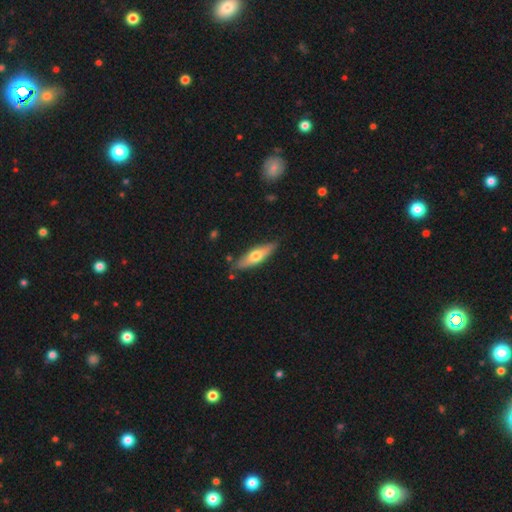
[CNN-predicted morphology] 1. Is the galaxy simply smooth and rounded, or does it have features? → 53% smooth, 42% featured or disk, 5% star or artifact.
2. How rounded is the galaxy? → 60% cigar-shaped, 38% in between, 2% round.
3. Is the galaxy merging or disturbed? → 82% none, 13% minor disturbance, 2% major disturbance, 2% merger.